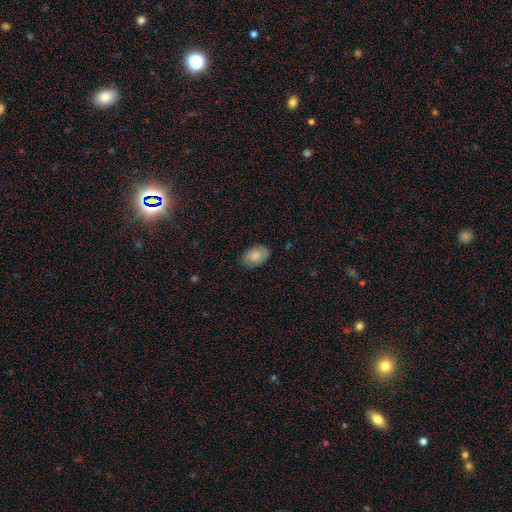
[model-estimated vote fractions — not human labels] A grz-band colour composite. It shows a smooth galaxy with no disk features (71%) that is in between round and cigar-shaped (90%). Merging: none (81%).